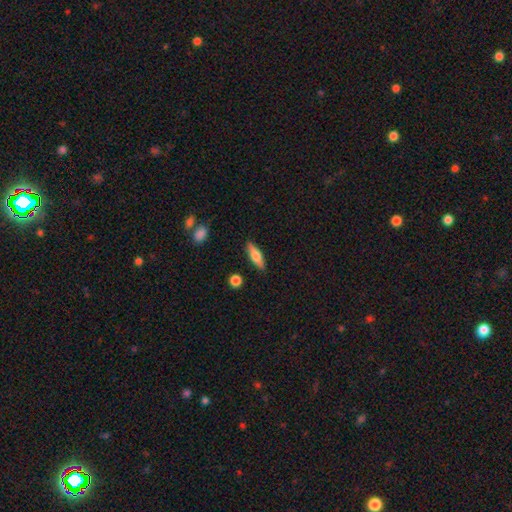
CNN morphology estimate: Overall: smooth (59%; featured or disk 34%). How rounded: cigar-shaped (55%; in between 42%). Merging: none (87%).